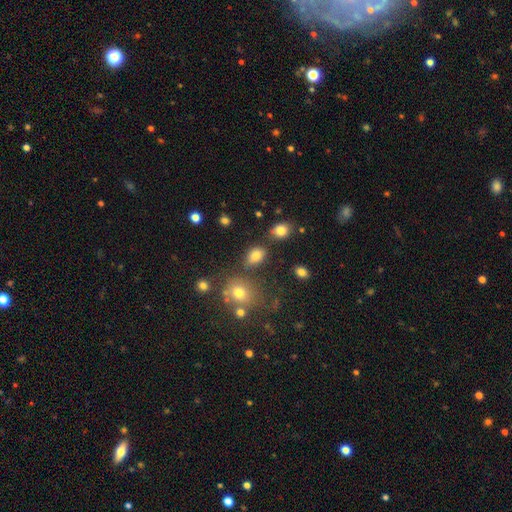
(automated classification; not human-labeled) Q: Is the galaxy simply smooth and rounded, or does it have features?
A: smooth — 81%.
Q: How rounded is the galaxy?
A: in between — 78%.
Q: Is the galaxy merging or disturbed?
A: none — 73%.